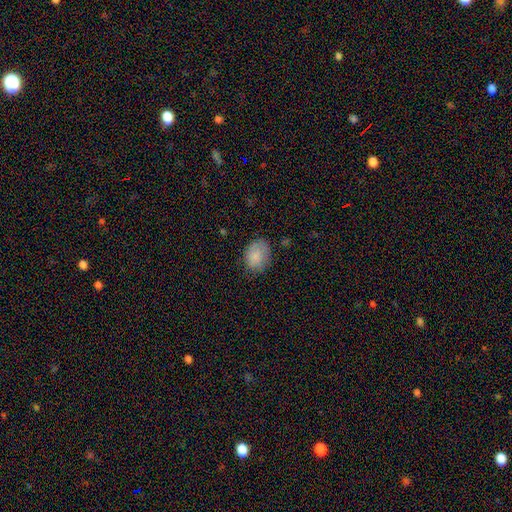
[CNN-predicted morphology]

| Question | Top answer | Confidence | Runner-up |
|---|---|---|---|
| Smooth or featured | smooth | 84% | featured or disk (8%) |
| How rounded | in between | 68% | round (31%) |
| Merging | none | 70% | minor disturbance (22%) |